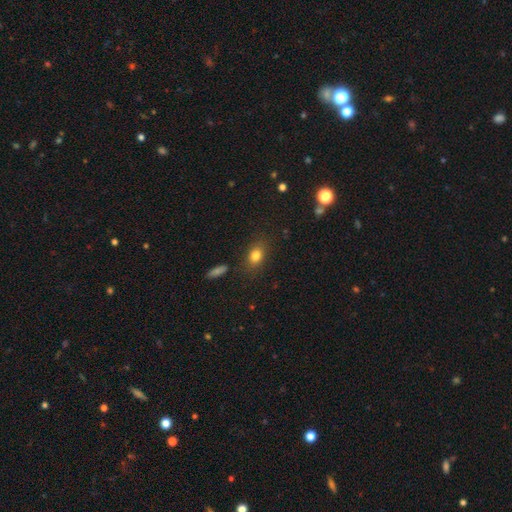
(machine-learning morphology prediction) smooth-or-featured: smooth: 81% | star or artifact: 11% | featured or disk: 8%
  how-rounded: in between: 69% | round: 28% | cigar-shaped: 3%
  merging: none: 82% | minor disturbance: 12% | major disturbance: 4% | merger: 2%